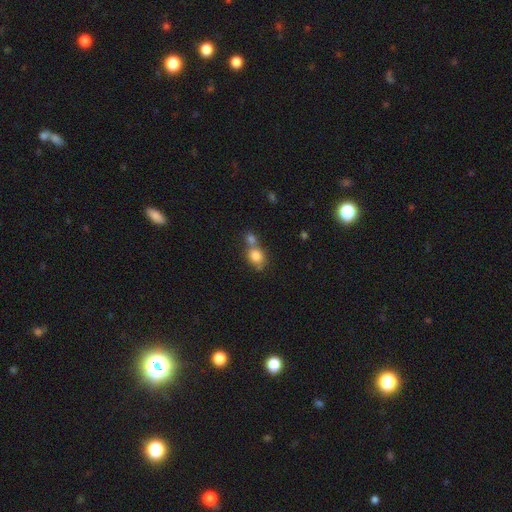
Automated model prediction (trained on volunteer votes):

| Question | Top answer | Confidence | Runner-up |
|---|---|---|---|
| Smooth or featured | smooth | 81% | star or artifact (10%) |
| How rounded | round | 66% | in between (33%) |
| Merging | merger | 49% | none (37%) |